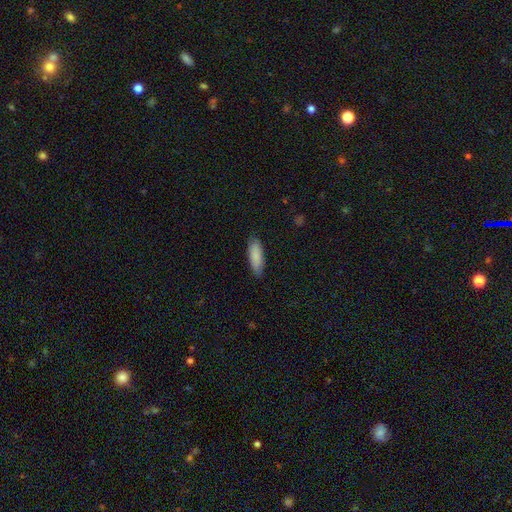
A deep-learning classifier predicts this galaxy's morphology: Smooth or featured? Predicted: smooth (p=0.87). How rounded? Predicted: in between (p=0.60). Merging? Predicted: none (p=0.85).